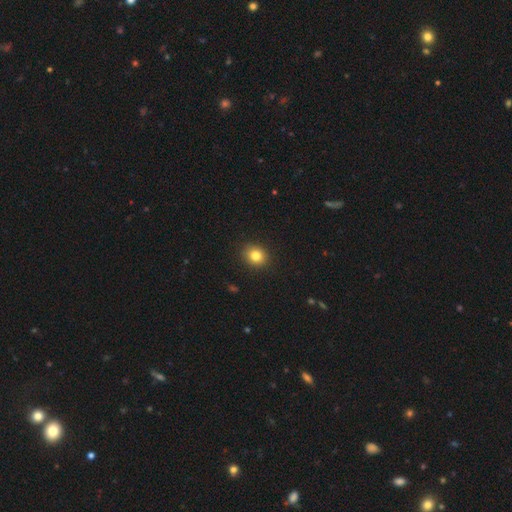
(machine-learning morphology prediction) Overall: smooth (82%). How rounded: round (66%; in between 33%). Merging: none (90%).